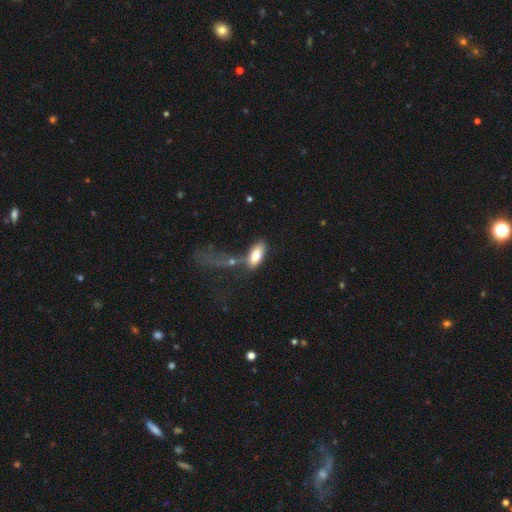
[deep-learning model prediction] smooth-or-featured: smooth: 76% | featured or disk: 18% | star or artifact: 7%
  how-rounded: in between: 85% | cigar-shaped: 12% | round: 3%
  merging: none: 38% | merger: 30% | major disturbance: 16% | minor disturbance: 15%